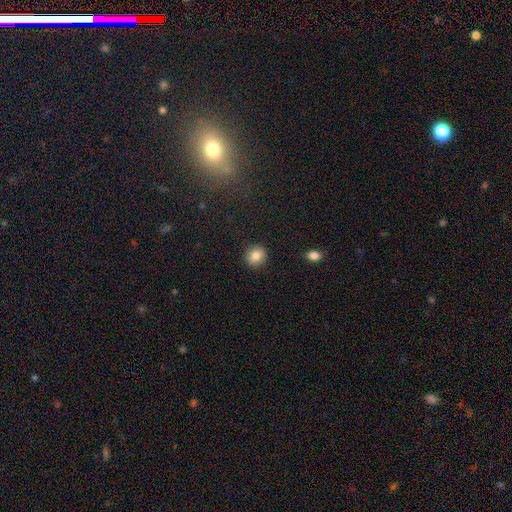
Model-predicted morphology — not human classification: smooth-or-featured: smooth: 84% | star or artifact: 9% | featured or disk: 7%
  how-rounded: round: 85% | in between: 14% | cigar-shaped: 1%
  merging: none: 91% | minor disturbance: 6% | major disturbance: 2% | merger: 1%